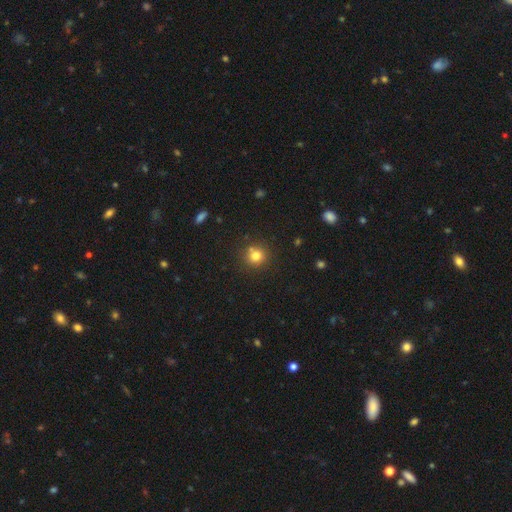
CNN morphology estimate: smooth-or-featured: smooth: 79% | star or artifact: 14% | featured or disk: 8%
  how-rounded: round: 89% | in between: 10% | cigar-shaped: 1%
  merging: none: 75% | merger: 12% | minor disturbance: 10% | major disturbance: 3%